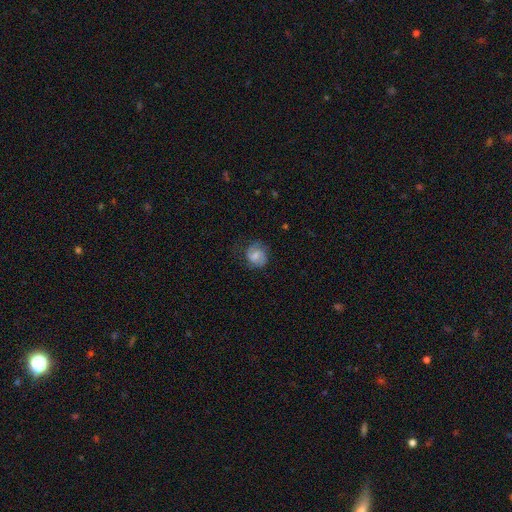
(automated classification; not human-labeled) Smooth or featured?
  - featured or disk: 58% *
  - smooth: 35%
  - star or artifact: 8%
Edge-on disk?
  - no: 98% *
  - yes: 2%
Bar?
  - weak: 52% *
  - no: 35%
  - strong: 13%
Spiral arms?
  - yes: 91% *
  - no: 9%
Spiral winding?
  - medium: 48% *
  - tight: 31%
  - loose: 21%
Spiral arm count?
  - 2: 81% *
  - can't tell: 9%
  - 1: 5%
  - 3: 2%
  - 4: 1%
  - more than 4: 1%
Bulge size?
  - small: 39% *
  - moderate: 37%
  - none: 18%
  - large: 5%
  - dominant: 1%
Merging?
  - none: 71% *
  - minor disturbance: 20%
  - major disturbance: 8%
  - merger: 1%